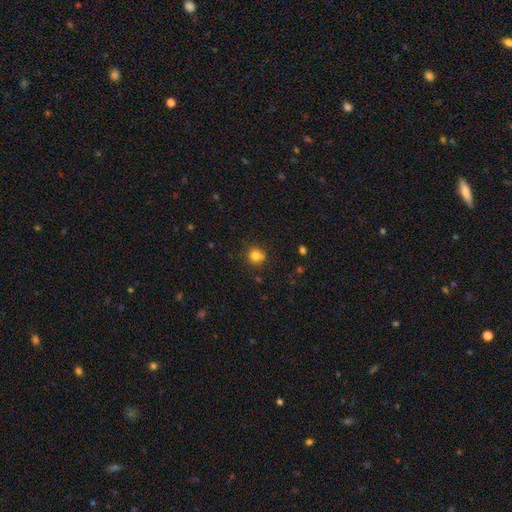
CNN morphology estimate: Smooth or featured? Predicted: smooth (p=0.80). How rounded? Predicted: round (p=0.91). Merging? Predicted: none (p=0.77).